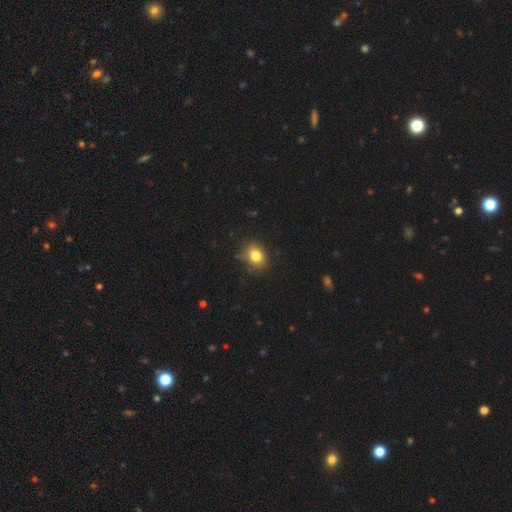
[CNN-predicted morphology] Q: Smooth or featured?
A: smooth (81%); runner-up: star or artifact (11%)
Q: How rounded?
A: in between (52%); runner-up: round (47%)
Q: Merging?
A: none (79%); runner-up: minor disturbance (16%)